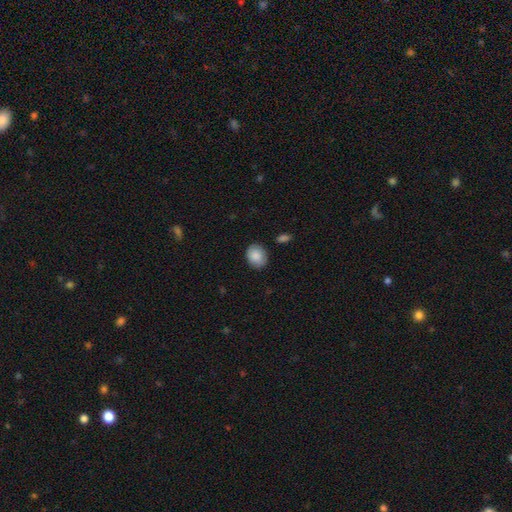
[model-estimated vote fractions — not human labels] Morphology: type=smooth (87%); roundness=round (53%); merging=none (82%).